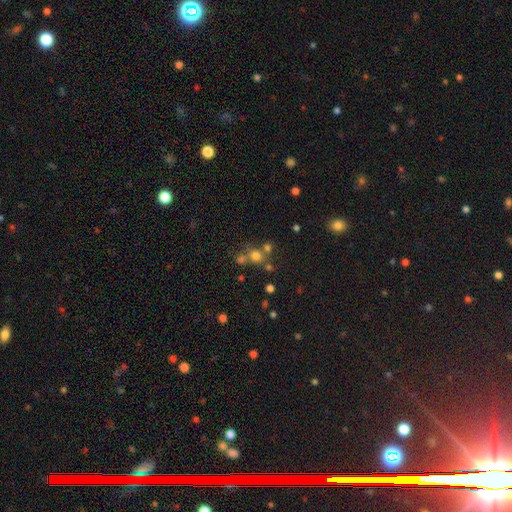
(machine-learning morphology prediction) smooth_or_featured: smooth (p=0.68) [alt: star or artifact p=0.21]
how_rounded: round (p=0.85) [alt: in between p=0.14]
merging: none (p=0.57) [alt: merger p=0.28]